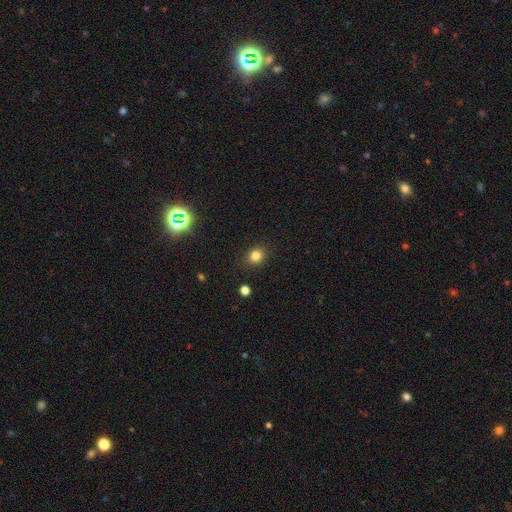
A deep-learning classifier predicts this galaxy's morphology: Q: Smooth or featured?
A: smooth (81%); runner-up: star or artifact (13%)
Q: How rounded?
A: round (65%); runner-up: in between (34%)
Q: Merging?
A: none (86%); runner-up: minor disturbance (10%)